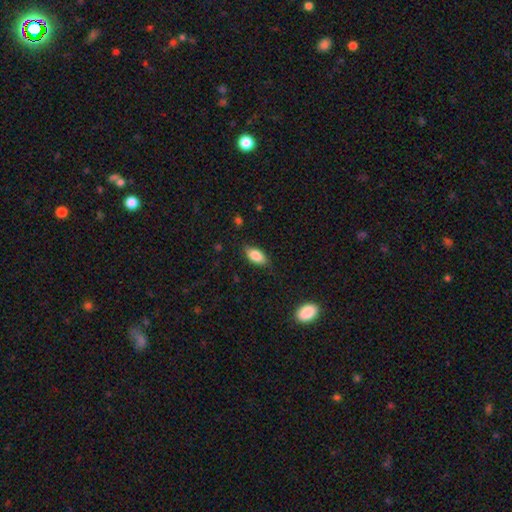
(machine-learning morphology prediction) smooth-or-featured: smooth: 83% | featured or disk: 10% | star or artifact: 7%
  how-rounded: in between: 88% | cigar-shaped: 8% | round: 3%
  merging: none: 81% | minor disturbance: 15% | major disturbance: 3% | merger: 1%